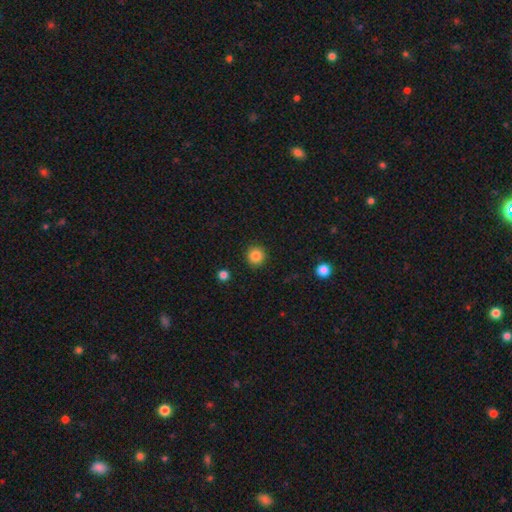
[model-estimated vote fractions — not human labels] smooth_or_featured: smooth (p=0.85) [alt: star or artifact p=0.10]
how_rounded: round (p=0.94) [alt: in between p=0.05]
merging: none (p=0.91) [alt: minor disturbance p=0.06]